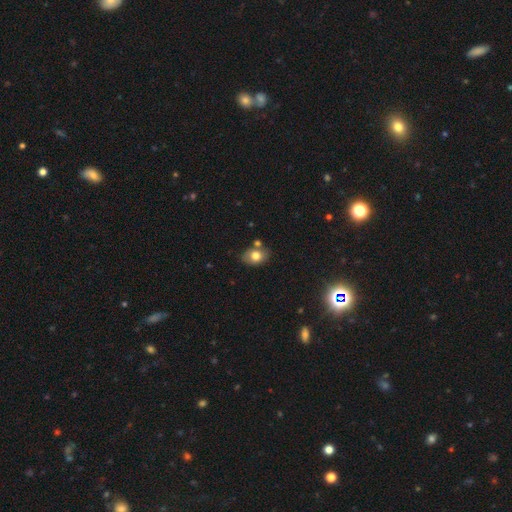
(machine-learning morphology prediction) Overall: smooth (75%). How rounded: in between (73%). Merging: none (69%).